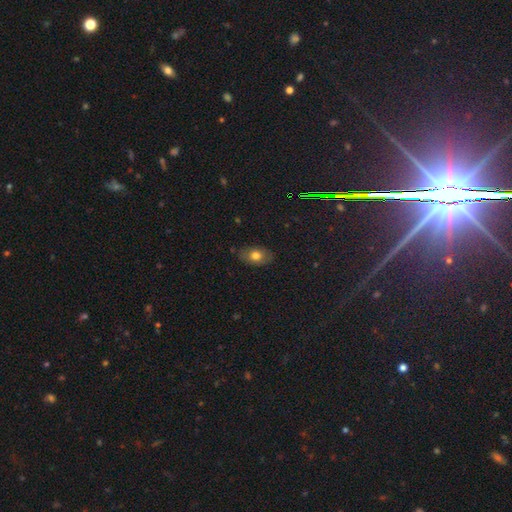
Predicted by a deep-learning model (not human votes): smooth-or-featured: smooth: 73% | featured or disk: 17% | star or artifact: 10%
  how-rounded: in between: 83% | round: 15% | cigar-shaped: 2%
  merging: none: 80% | minor disturbance: 15% | major disturbance: 3% | merger: 1%